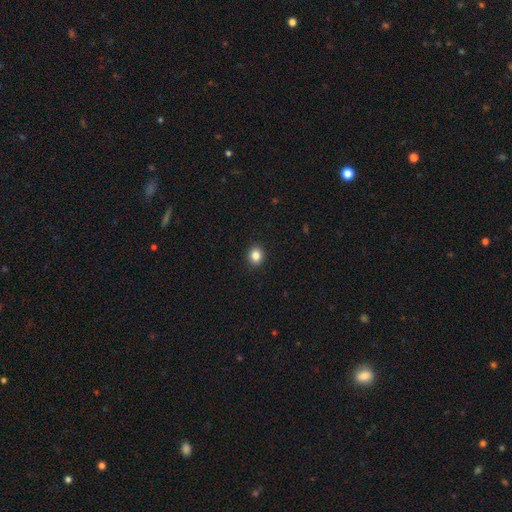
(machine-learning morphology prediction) type=smooth (85%); roundness=round (74%); merging=none (92%).